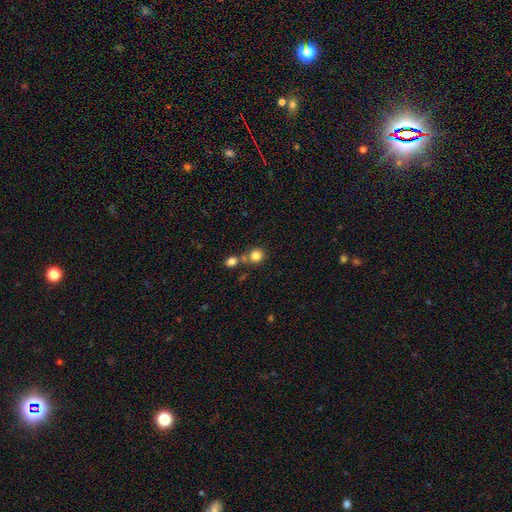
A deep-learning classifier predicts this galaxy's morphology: This is clearly a smooth galaxy (82%). How rounded: clearly round (85%). Merging: possibly none (59%).